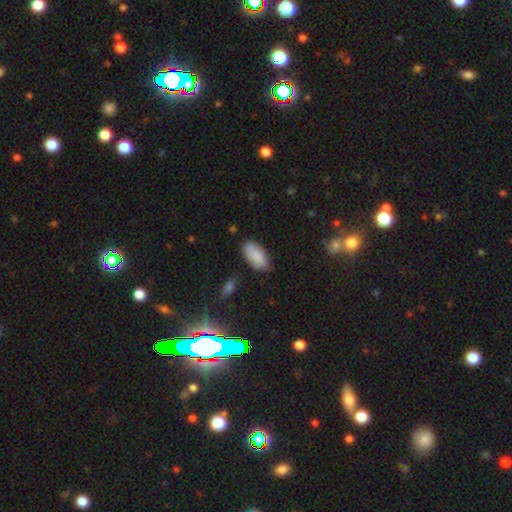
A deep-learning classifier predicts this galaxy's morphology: smooth-or-featured: smooth: 87% | star or artifact: 7% | featured or disk: 6%
  how-rounded: in between: 94% | cigar-shaped: 3% | round: 2%
  merging: none: 76% | minor disturbance: 18% | major disturbance: 4% | merger: 3%